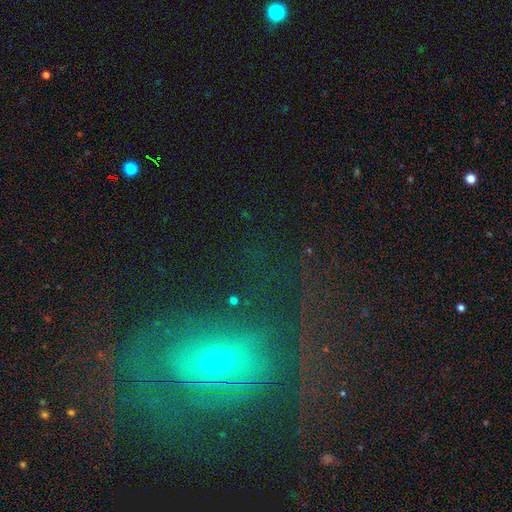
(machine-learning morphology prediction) smooth-or-featured: featured or disk: 37% | star or artifact: 36% | smooth: 27%
  merging: none: 57% | major disturbance: 17% | minor disturbance: 16% | merger: 9%